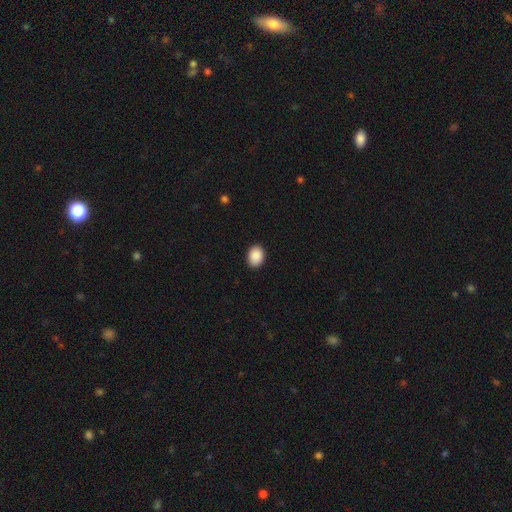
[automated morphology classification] smooth_or_featured: smooth (p=0.90) [alt: star or artifact p=0.07]
how_rounded: in between (p=0.70) [alt: round p=0.29]
merging: none (p=0.90) [alt: minor disturbance p=0.08]